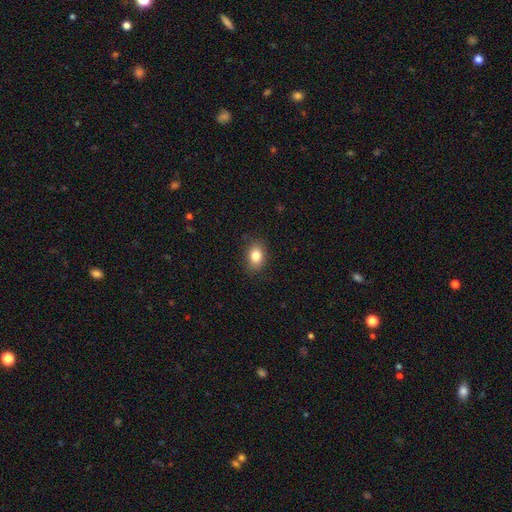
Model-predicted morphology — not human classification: smooth 83%, star or artifact 9%, featured or disk 8%. Down the decision tree: how rounded — in between (72%); merging — none (87%).